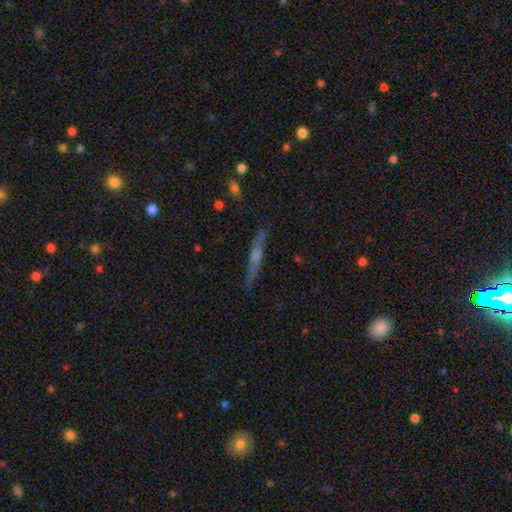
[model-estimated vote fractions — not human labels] featured or disk 64%, smooth 28%, star or artifact 8%. Down the decision tree: edge-on disk — yes (94%); edge-on bulge — rounded (72%); merging — none (85%).